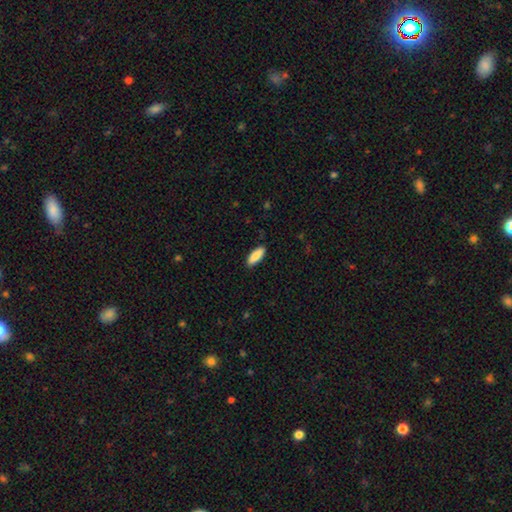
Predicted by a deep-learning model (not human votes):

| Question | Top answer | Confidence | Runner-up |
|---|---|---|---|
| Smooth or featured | smooth | 88% | featured or disk (7%) |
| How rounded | in between | 65% | cigar-shaped (33%) |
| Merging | none | 89% | minor disturbance (8%) |